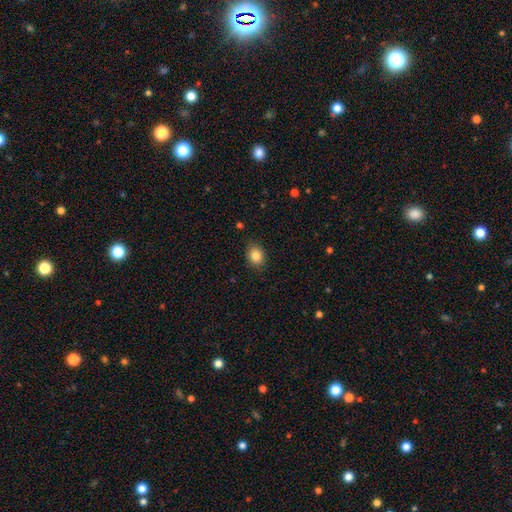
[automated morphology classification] Overall: smooth (85%). How rounded: round (55%; in between 44%). Merging: none (86%).